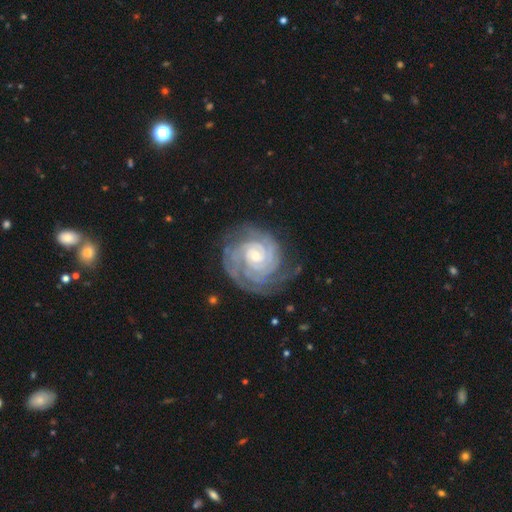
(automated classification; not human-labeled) Smooth or featured: featured or disk — 91% (star or artifact — 5%)
Edge-on disk: no — 98% (yes — 2%)
Bar: no — 68% (weak — 24%)
Spiral arms: yes — 98% (no — 2%)
Spiral winding: tight — 83% (medium — 15%)
Spiral arm count: 3 — 24% (can't tell — 21%)
Bulge size: small — 59% (moderate — 37%)
Merging: none — 73% (minor disturbance — 18%)